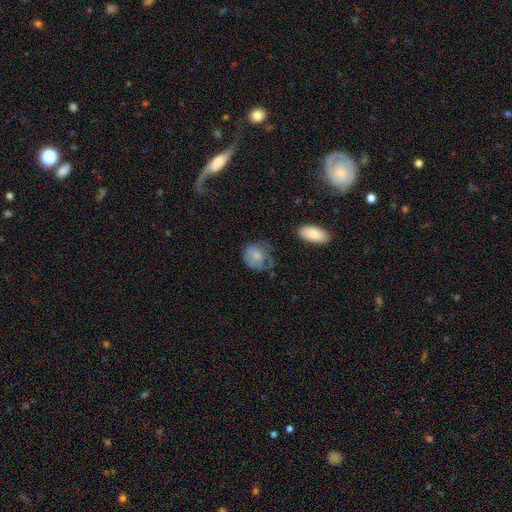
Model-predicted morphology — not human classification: smooth_or_featured: smooth (p=0.70) [alt: featured or disk p=0.22]
how_rounded: round (p=0.61) [alt: in between p=0.38]
merging: none (p=0.42) [alt: minor disturbance p=0.32]